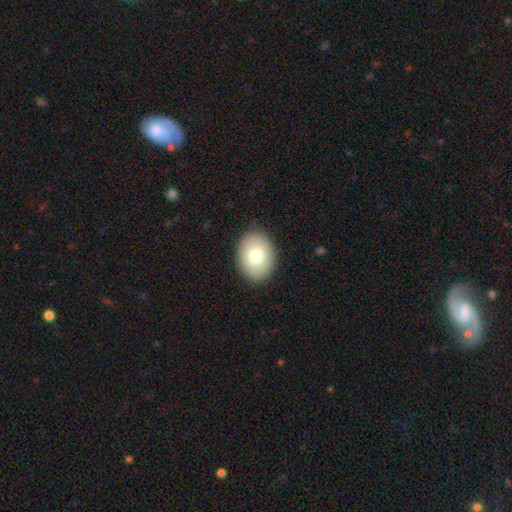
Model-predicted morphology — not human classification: This appears to be a smooth galaxy with no disk features (78%) that is in between round and cigar-shaped (67%). Merging: none (88%).